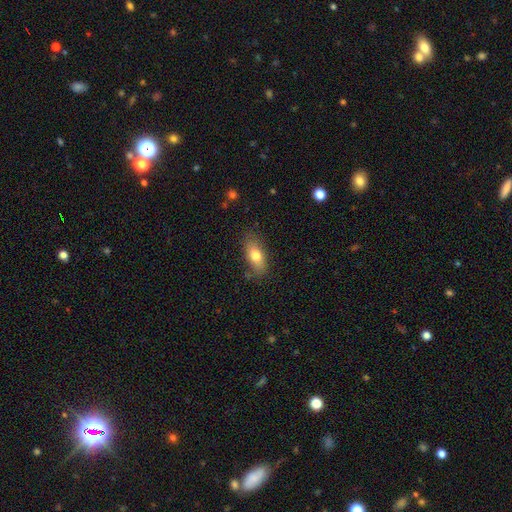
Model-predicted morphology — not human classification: smooth 75%, featured or disk 17%, star or artifact 7%. Down the decision tree: how rounded — in between (82%); merging — none (79%).